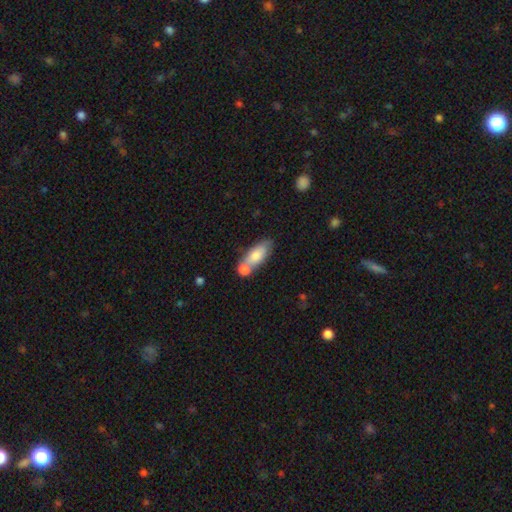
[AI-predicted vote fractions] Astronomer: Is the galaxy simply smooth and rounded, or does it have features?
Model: smooth — 74%.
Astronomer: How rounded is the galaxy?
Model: in between — 78%.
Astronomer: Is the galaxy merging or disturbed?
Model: merger — 44% (runner-up: none, 37%).